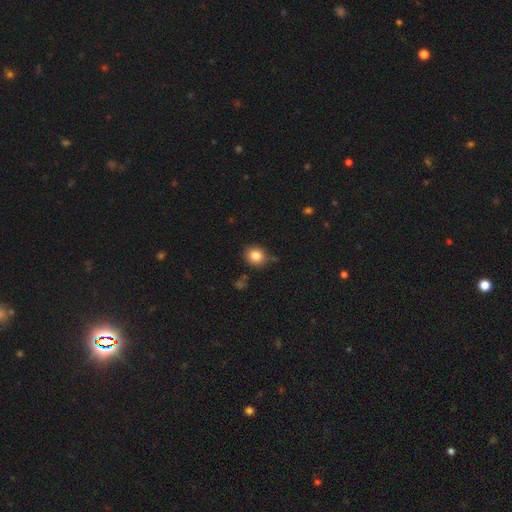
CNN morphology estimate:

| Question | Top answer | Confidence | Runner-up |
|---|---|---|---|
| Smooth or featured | smooth | 83% | star or artifact (10%) |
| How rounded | round | 77% | in between (22%) |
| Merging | none | 80% | minor disturbance (13%) |